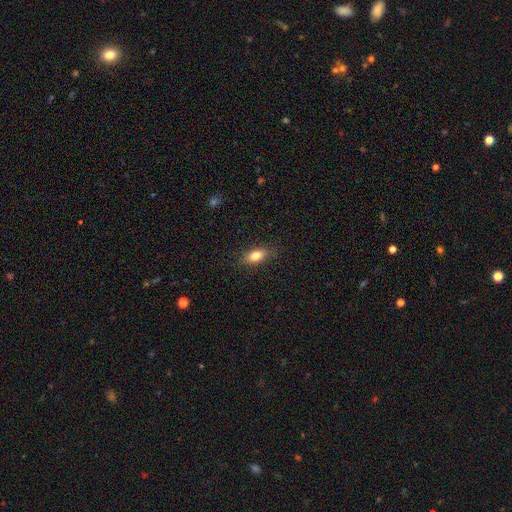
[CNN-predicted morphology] smooth_or_featured: smooth (p=0.79) [alt: featured or disk p=0.12]
how_rounded: in between (p=0.82) [alt: cigar-shaped p=0.10]
merging: none (p=0.85) [alt: minor disturbance p=0.12]